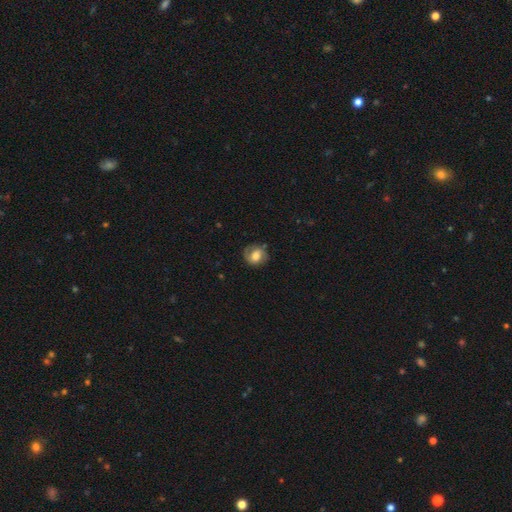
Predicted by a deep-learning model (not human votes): smooth-or-featured: featured or disk: 48% | smooth: 44% | star or artifact: 9%
  merging: none: 72% | minor disturbance: 19% | major disturbance: 7% | merger: 2%